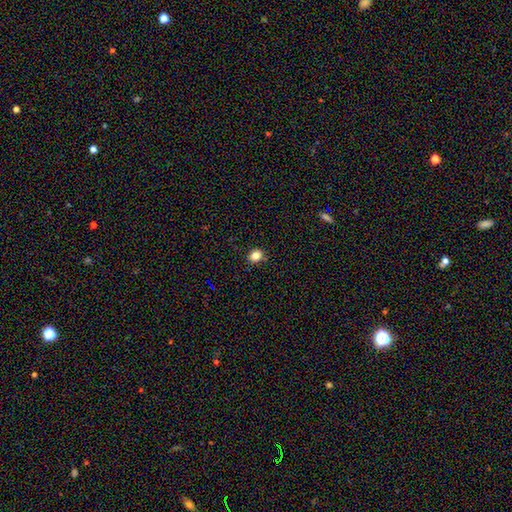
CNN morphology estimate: Overall: smooth (82%). How rounded: round (60%; in between 39%). Merging: none (87%).